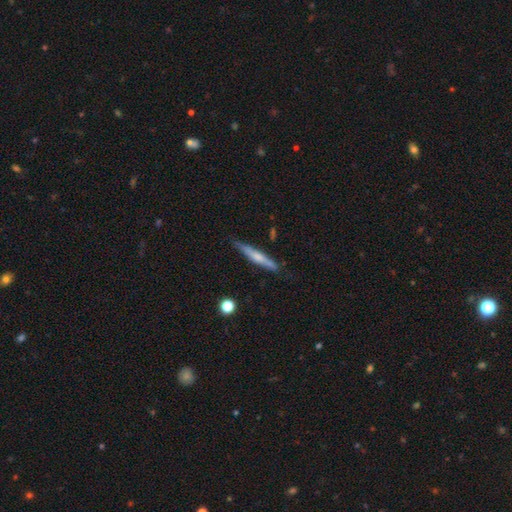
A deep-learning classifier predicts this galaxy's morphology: smooth_or_featured: featured or disk (p=0.54) [alt: smooth p=0.40]
disk_edge_on: yes (p=0.96) [alt: no p=0.04]
edge_on_bulge: rounded (p=0.60) [alt: none p=0.28]
merging: none (p=0.85) [alt: minor disturbance p=0.11]